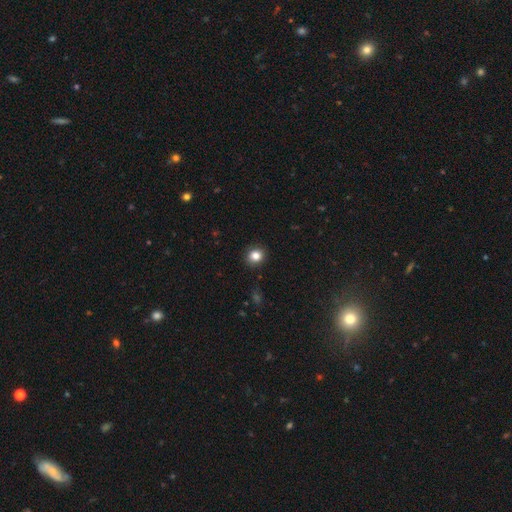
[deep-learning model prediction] Q: Smooth or featured?
A: smooth (83%); runner-up: star or artifact (11%)
Q: How rounded?
A: round (81%); runner-up: in between (18%)
Q: Merging?
A: none (90%); runner-up: minor disturbance (7%)